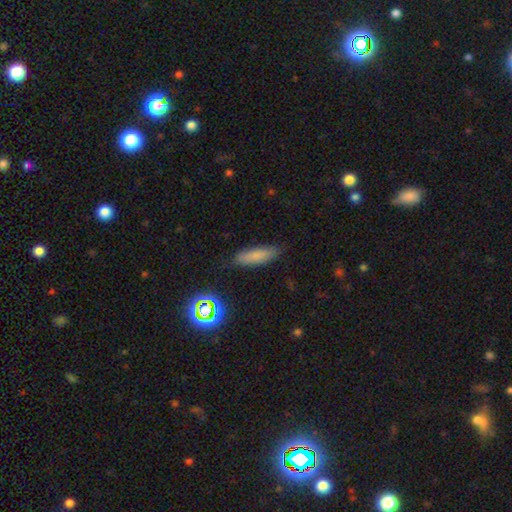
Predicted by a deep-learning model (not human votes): Smooth or featured? Predicted: smooth (p=0.77). How rounded? Predicted: cigar-shaped (p=0.60). Merging? Predicted: none (p=0.84).